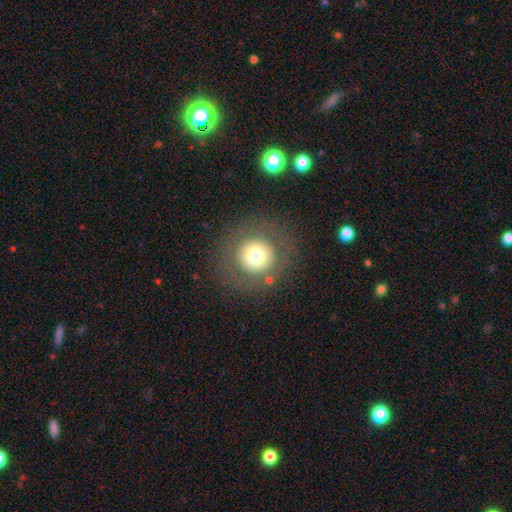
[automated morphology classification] smooth 68%, featured or disk 19%, star or artifact 13%. Down the decision tree: how rounded — round (95%); merging — none (85%).